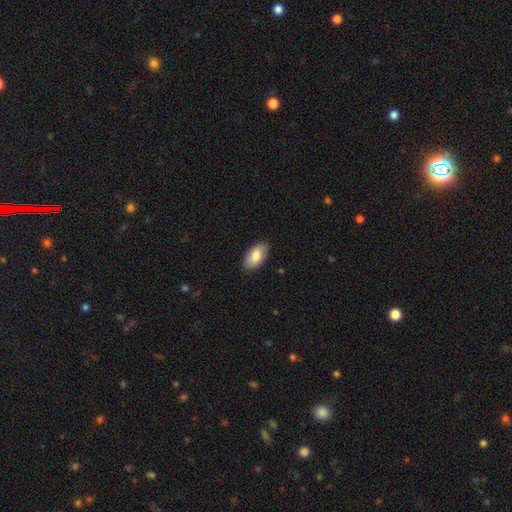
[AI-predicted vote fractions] This is clearly a smooth galaxy (83%). How rounded: clearly in between (95%). Merging: clearly none (88%).